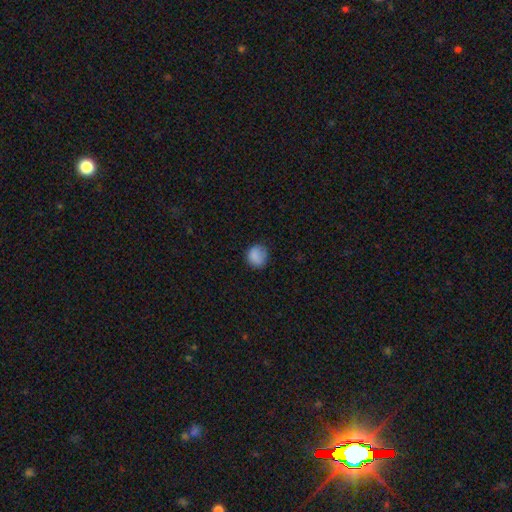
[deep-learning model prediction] Smooth or featured: smooth — 85% (star or artifact — 9%)
How rounded: round — 81% (in between — 18%)
Merging: none — 74% (minor disturbance — 19%)